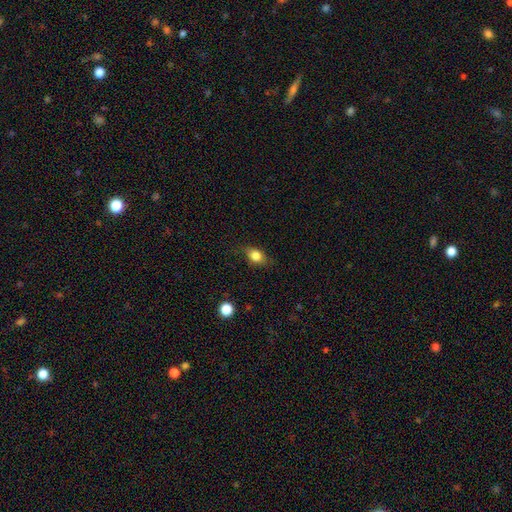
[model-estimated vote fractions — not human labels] Smooth or featured? Predicted: smooth (p=0.79). How rounded? Predicted: in between (p=0.66). Merging? Predicted: none (p=0.76).